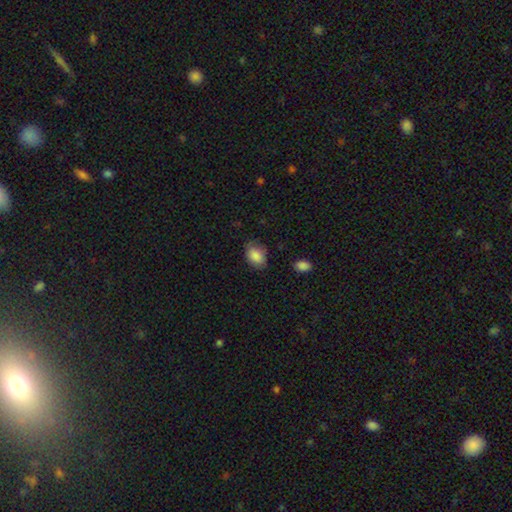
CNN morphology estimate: This appears to be a smooth galaxy with no disk features (87%) that is in between round and cigar-shaped (76%). Merging: none (72%).